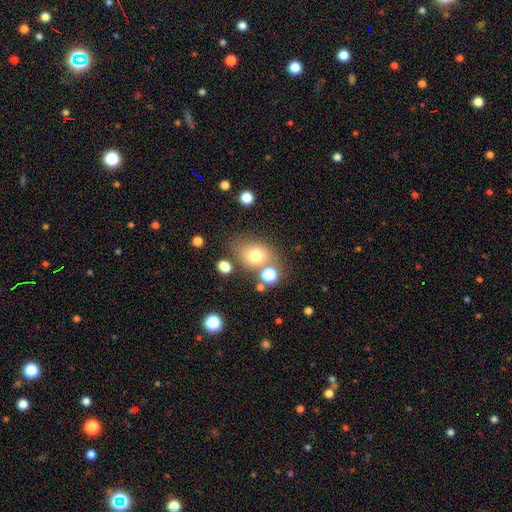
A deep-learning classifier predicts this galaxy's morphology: Smooth or featured? Predicted: smooth (p=0.73). How rounded? Predicted: in between (p=0.52). Merging? Predicted: none (p=0.64).